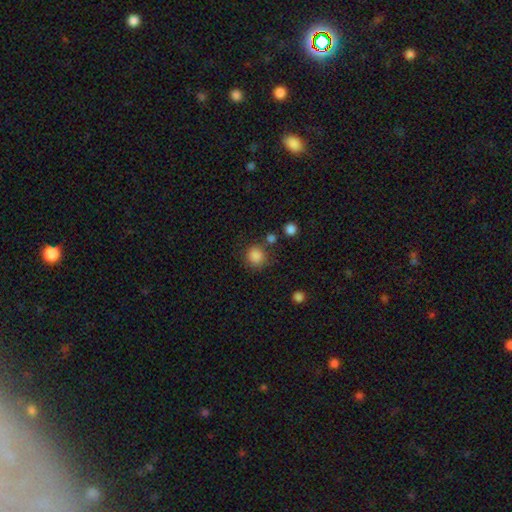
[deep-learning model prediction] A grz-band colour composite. It shows a smooth galaxy with no disk features (86%) that is round (89%). Merging: none (77%).